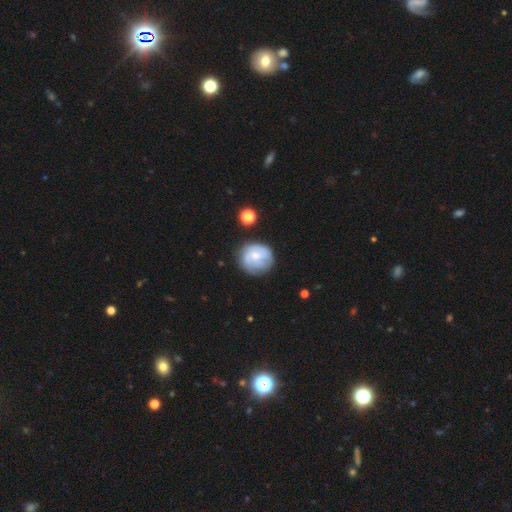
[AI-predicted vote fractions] Smooth or featured: featured or disk — 47% (smooth — 46%)
Merging: none — 69% (minor disturbance — 20%)